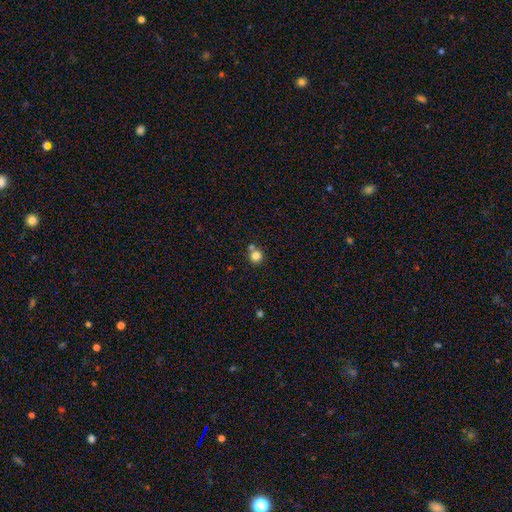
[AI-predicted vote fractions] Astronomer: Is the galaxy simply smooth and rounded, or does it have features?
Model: smooth — 81%.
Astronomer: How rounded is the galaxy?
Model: round — 93%.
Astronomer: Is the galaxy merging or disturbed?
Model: none — 63%.